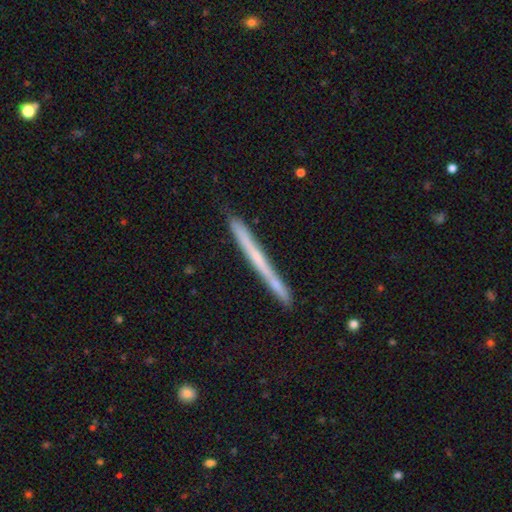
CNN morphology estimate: Smooth or featured: featured or disk — 50% (smooth — 44%)
Merging: none — 83% (minor disturbance — 12%)